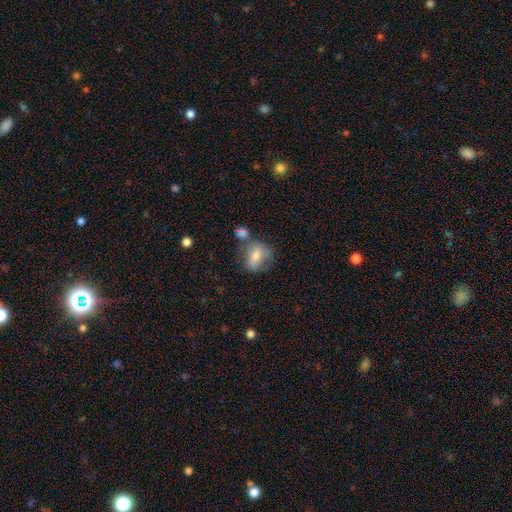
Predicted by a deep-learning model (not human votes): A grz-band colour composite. It shows a smooth galaxy with no disk features (66%) that is in between round and cigar-shaped (64%). Merging: none (44%).